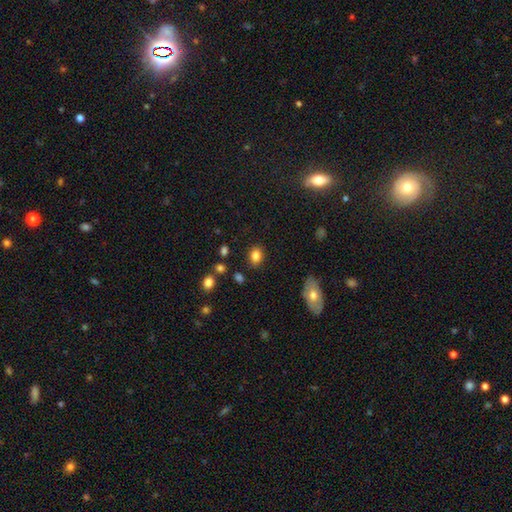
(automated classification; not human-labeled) This appears to be a smooth galaxy with no disk features (83%) that is in between round and cigar-shaped (61%). Merging: none (84%).